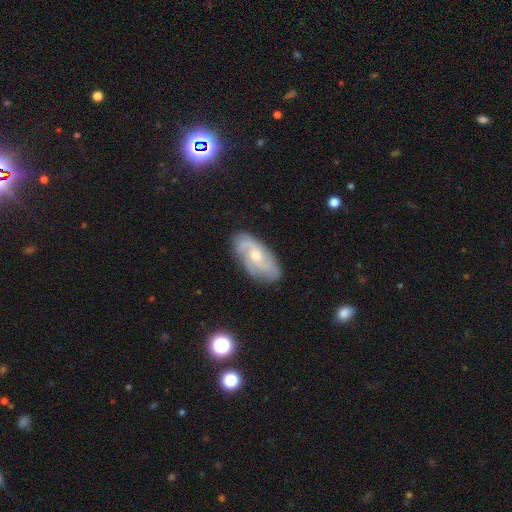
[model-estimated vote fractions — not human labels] featured or disk 81%, smooth 13%, star or artifact 6%. Down the decision tree: edge-on disk — no (95%); bar — no (65%); spiral arms — yes (95%); spiral arm count — 3 (34%); spiral winding — medium (43%, tied with tight); bulge size — moderate (49%); merging — none (78%).